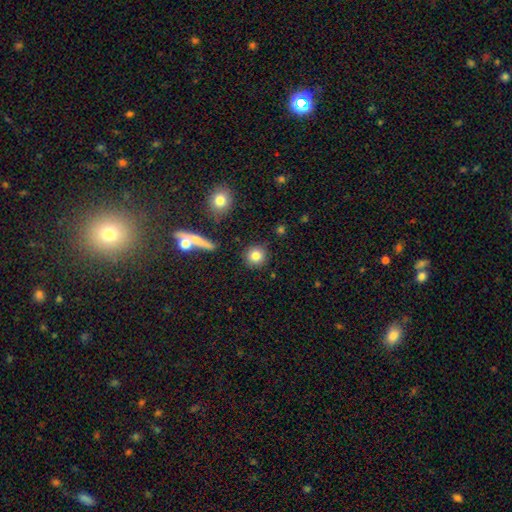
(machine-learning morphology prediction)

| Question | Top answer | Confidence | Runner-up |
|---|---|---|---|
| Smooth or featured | smooth | 82% | star or artifact (10%) |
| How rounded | round | 91% | in between (7%) |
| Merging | none | 88% | minor disturbance (7%) |